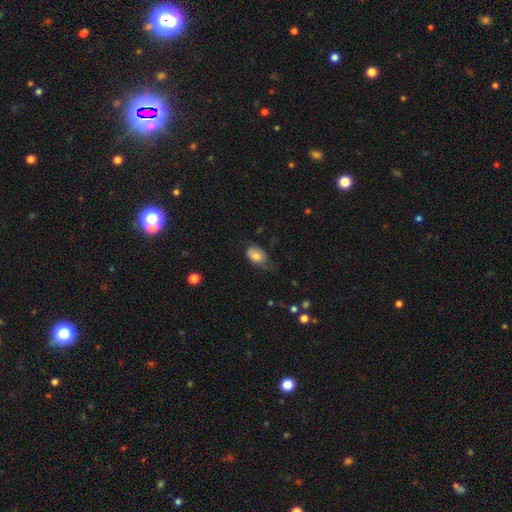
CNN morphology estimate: This is likely a smooth galaxy (77%). How rounded: clearly in between (84%). Merging: marginally minor disturbance (40%).